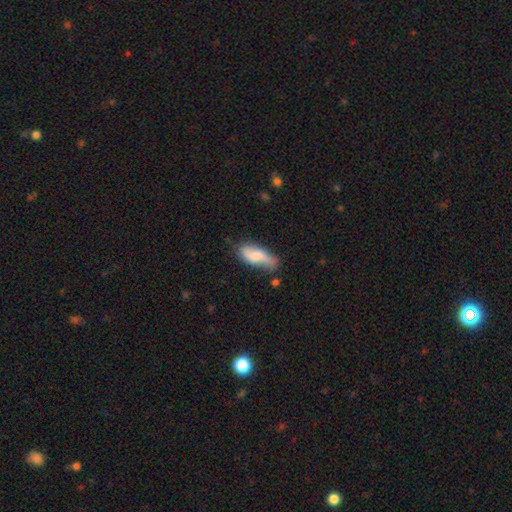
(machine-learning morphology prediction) smooth_or_featured: smooth (p=0.61) [alt: featured or disk p=0.32]
how_rounded: in between (p=0.76) [alt: cigar-shaped p=0.22]
merging: none (p=0.47) [alt: minor disturbance p=0.34]